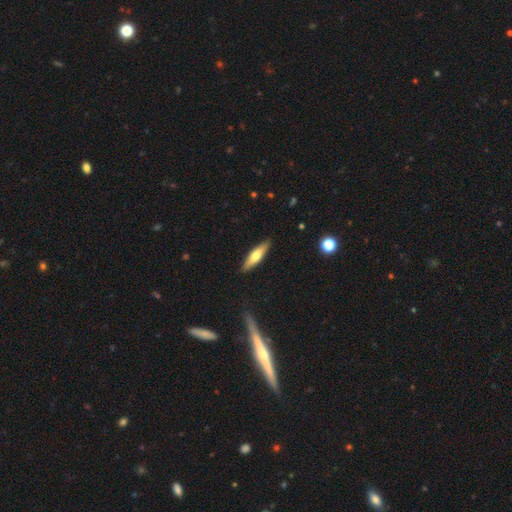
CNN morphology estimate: smooth_or_featured: smooth (p=0.60) [alt: featured or disk p=0.34]
how_rounded: cigar-shaped (p=0.68) [alt: in between p=0.30]
merging: none (p=0.88) [alt: minor disturbance p=0.09]